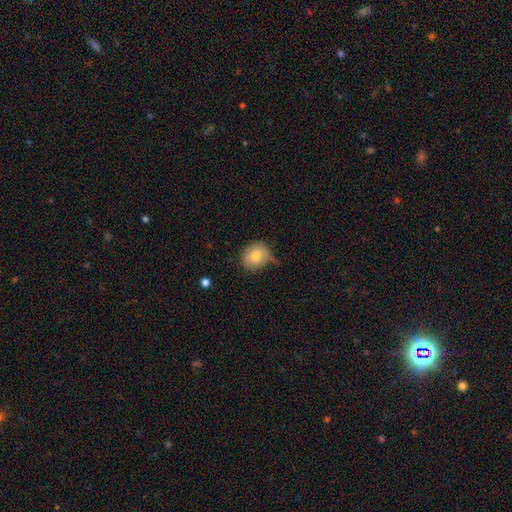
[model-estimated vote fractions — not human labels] Q: Smooth or featured?
A: smooth (77%); runner-up: featured or disk (13%)
Q: How rounded?
A: round (77%); runner-up: in between (22%)
Q: Merging?
A: none (59%); runner-up: minor disturbance (30%)